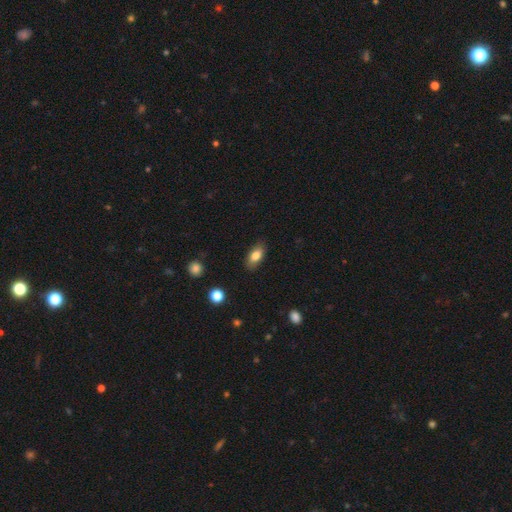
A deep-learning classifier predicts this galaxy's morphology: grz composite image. It shows a smooth galaxy with no disk features (80%) that is in between round and cigar-shaped (88%). Merging: none (85%).